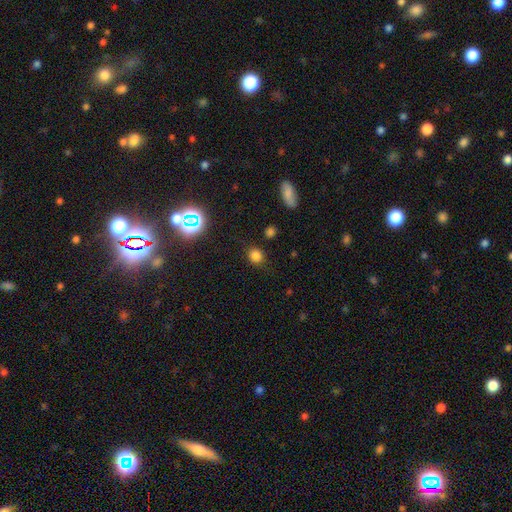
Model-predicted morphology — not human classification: The model was most divided on "how rounded": round: 78%, in between: 21%, cigar-shaped: 1%. More confident: merging — none (83%); smooth or featured — smooth (76%).